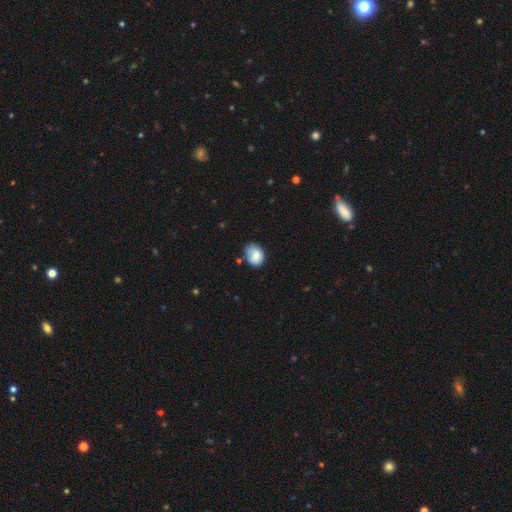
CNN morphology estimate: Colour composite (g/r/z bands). It shows a smooth galaxy with no disk features (70%) that is in between round and cigar-shaped (56%). Merging: none (55%).